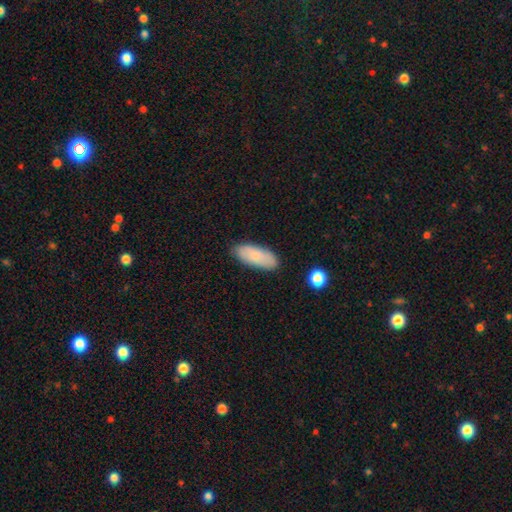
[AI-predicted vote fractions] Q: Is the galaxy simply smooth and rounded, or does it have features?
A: smooth — 80%.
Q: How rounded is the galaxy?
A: in between — 82%.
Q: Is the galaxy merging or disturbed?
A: none — 84%.